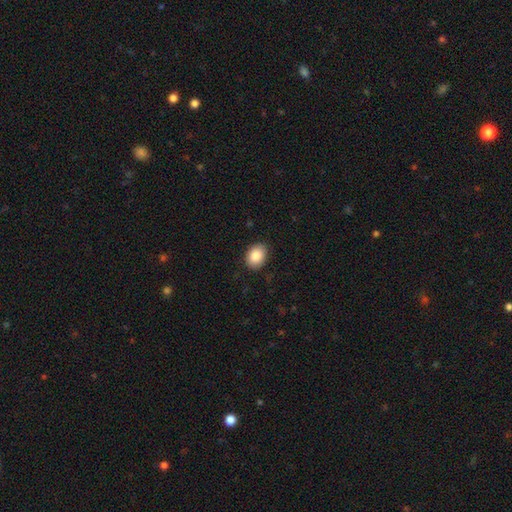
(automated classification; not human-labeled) Overall: smooth (87%). How rounded: in between (73%). Merging: none (87%).